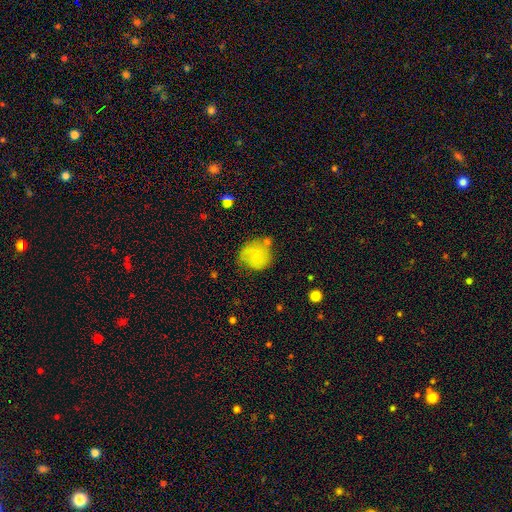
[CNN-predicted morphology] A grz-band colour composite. It shows a smooth galaxy with no disk features (60%) that is round (86%). Merging: none (61%).